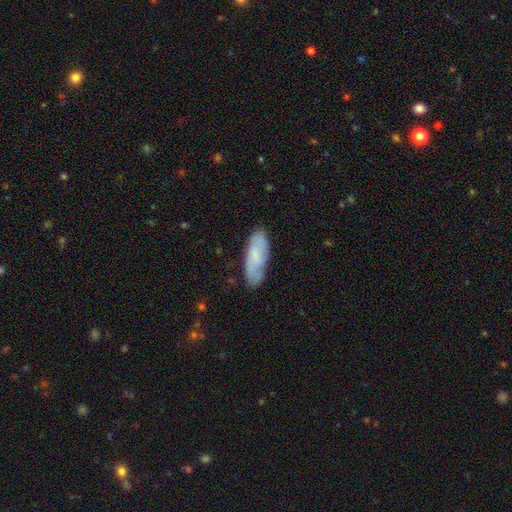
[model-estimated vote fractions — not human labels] Q: Smooth or featured?
A: smooth (63%); runner-up: featured or disk (30%)
Q: How rounded?
A: in between (66%); runner-up: cigar-shaped (32%)
Q: Merging?
A: none (78%); runner-up: minor disturbance (17%)